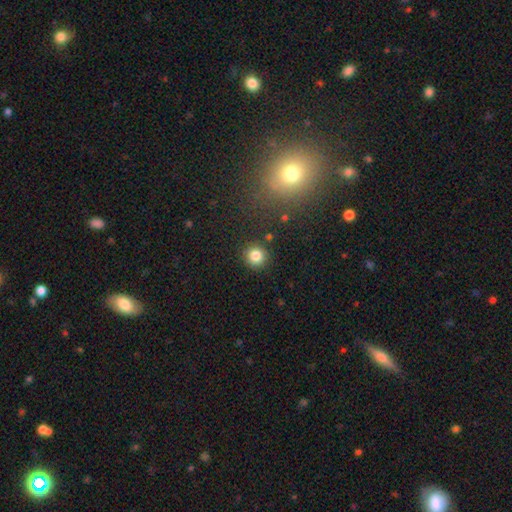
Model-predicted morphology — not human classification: Overall: smooth (83%). How rounded: round (94%). Merging: none (89%).